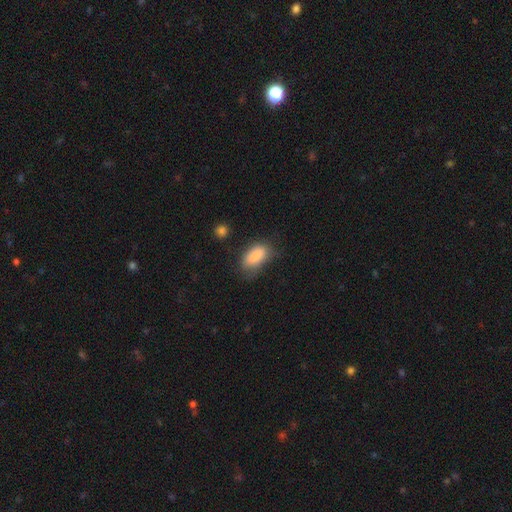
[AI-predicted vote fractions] smooth 85%, featured or disk 8%, star or artifact 7%. Down the decision tree: how rounded — in between (91%); merging — none (55%).